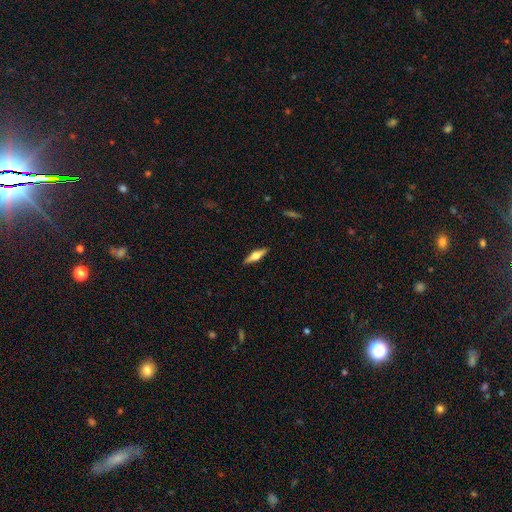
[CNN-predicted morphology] Smooth or featured: featured or disk — 62% (smooth — 32%)
Edge-on disk: yes — 96% (no — 4%)
Edge-on bulge: rounded — 93% (boxy — 5%)
Merging: none — 90% (minor disturbance — 7%)